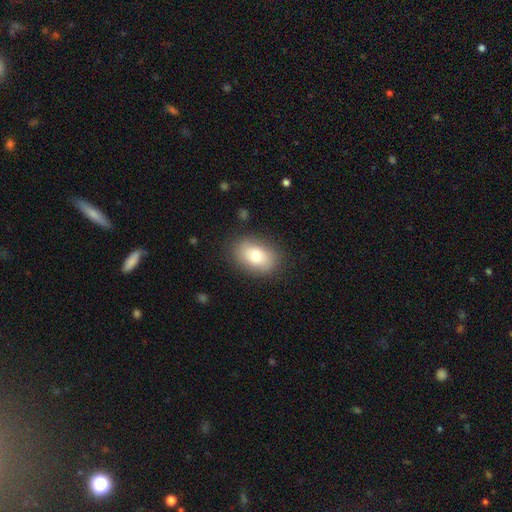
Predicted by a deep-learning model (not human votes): smooth_or_featured: smooth (p=0.79) [alt: featured or disk p=0.14]
how_rounded: in between (p=0.81) [alt: round p=0.18]
merging: none (p=0.84) [alt: minor disturbance p=0.12]